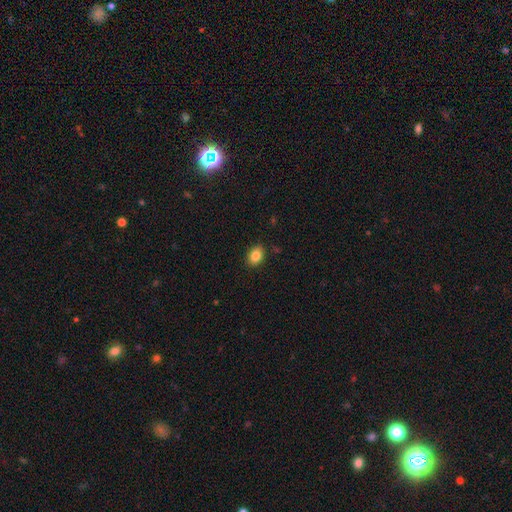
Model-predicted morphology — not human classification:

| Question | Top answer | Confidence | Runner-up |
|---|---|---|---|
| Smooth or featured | smooth | 85% | star or artifact (9%) |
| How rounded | in between | 76% | round (23%) |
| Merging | none | 88% | minor disturbance (9%) |